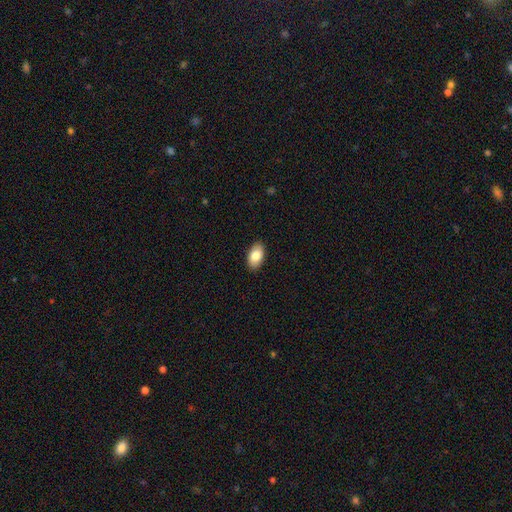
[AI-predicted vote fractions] Smooth or featured: smooth — 82% (featured or disk — 11%)
How rounded: in between — 94% (round — 5%)
Merging: none — 90% (minor disturbance — 8%)